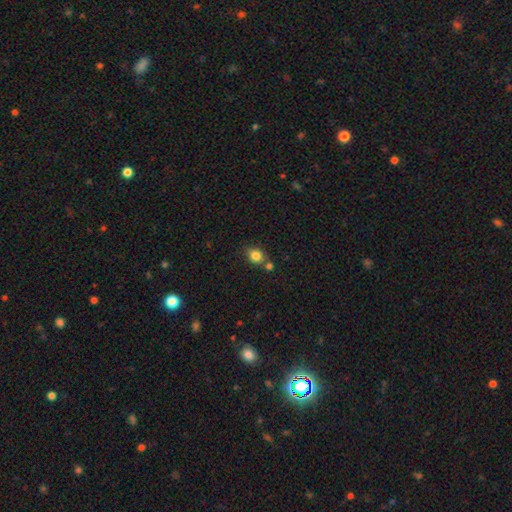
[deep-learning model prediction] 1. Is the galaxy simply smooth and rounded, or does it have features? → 83% smooth, 11% star or artifact, 7% featured or disk.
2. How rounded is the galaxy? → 62% round, 36% in between, 1% cigar-shaped.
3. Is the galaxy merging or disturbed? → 65% none, 19% merger, 13% minor disturbance, 3% major disturbance.